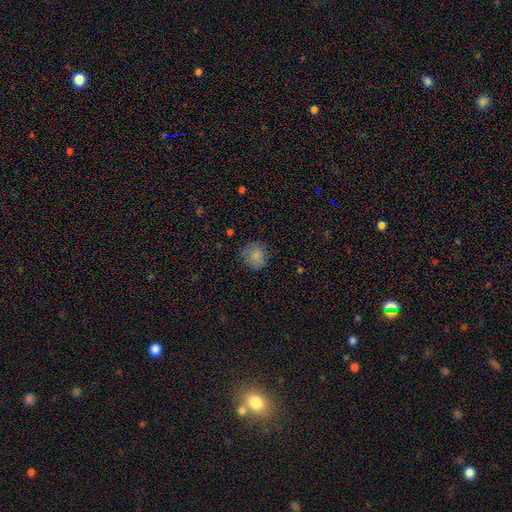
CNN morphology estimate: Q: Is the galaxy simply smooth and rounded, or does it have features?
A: smooth — 81%.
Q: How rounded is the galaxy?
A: round — 85%.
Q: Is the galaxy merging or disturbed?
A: none — 76%.